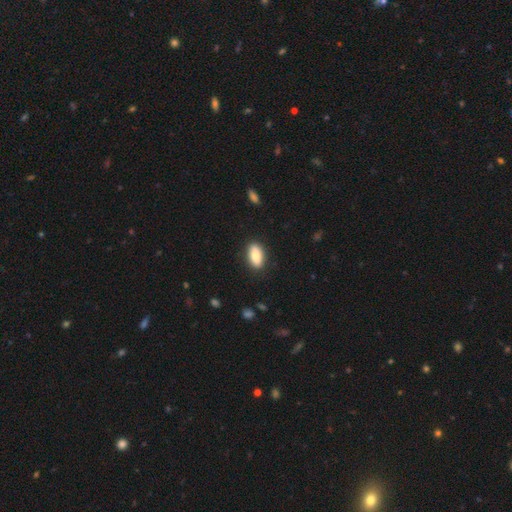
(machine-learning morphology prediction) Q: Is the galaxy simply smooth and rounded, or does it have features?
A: smooth — 81%.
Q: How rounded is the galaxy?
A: in between — 88%.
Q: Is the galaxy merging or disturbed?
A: none — 87%.